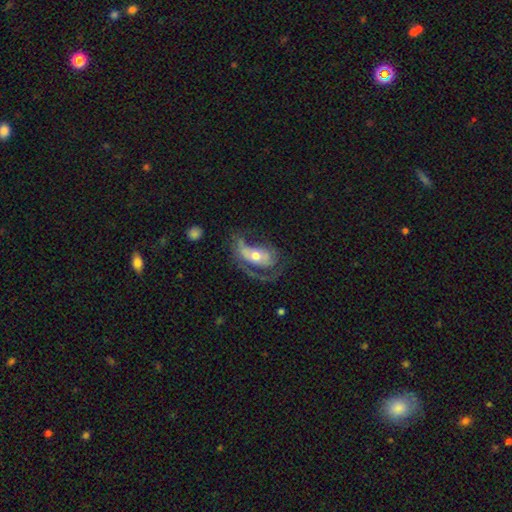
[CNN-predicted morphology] smooth-or-featured: featured or disk: 66% | smooth: 28% | star or artifact: 6%
  disk-edge-on: no: 93% | yes: 7%
    bar: no: 62% | weak: 24% | strong: 15%
    has-spiral-arms: yes: 67% | no: 33%
    bulge-size: moderate: 66% | small: 23% | large: 8% | none: 1% | dominant: 1%
  merging: major disturbance: 44% | none: 32% | minor disturbance: 21% | merger: 4%